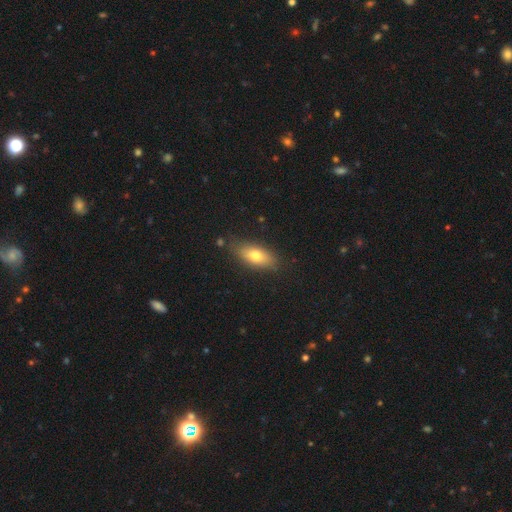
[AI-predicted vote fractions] A smooth galaxy with no disk features (73%) that is in between round and cigar-shaped (80%). Merging: none (80%).